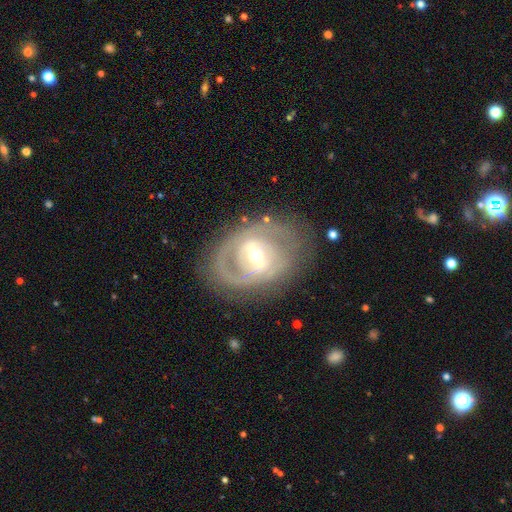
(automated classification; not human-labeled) The model was most divided on "bar": strong: 44%, weak: 42%, no: 14%. More confident: edge-on disk — no (94%); smooth or featured — featured or disk (81%); spiral arms — yes (76%); merging — none (71%); bulge size — moderate (57%); spiral winding — tight (52%); spiral arm count — 2 (52%).